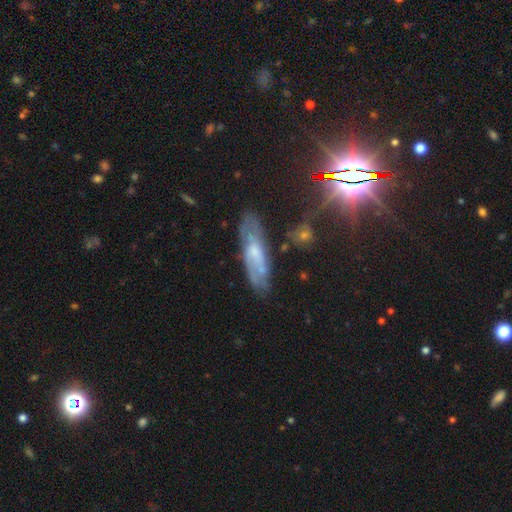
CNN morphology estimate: Smooth or featured?
  - featured or disk: 58% *
  - smooth: 28%
  - star or artifact: 15%
Edge-on disk?
  - no: 67% *
  - yes: 33%
Merging?
  - none: 73% *
  - minor disturbance: 19%
  - major disturbance: 6%
  - merger: 3%